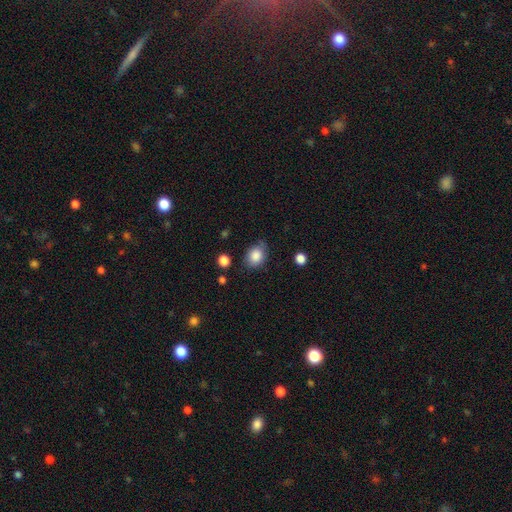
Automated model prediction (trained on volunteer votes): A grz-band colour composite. It shows a smooth galaxy with no disk features (85%) that is in between round and cigar-shaped (57%). Merging: none (68%).